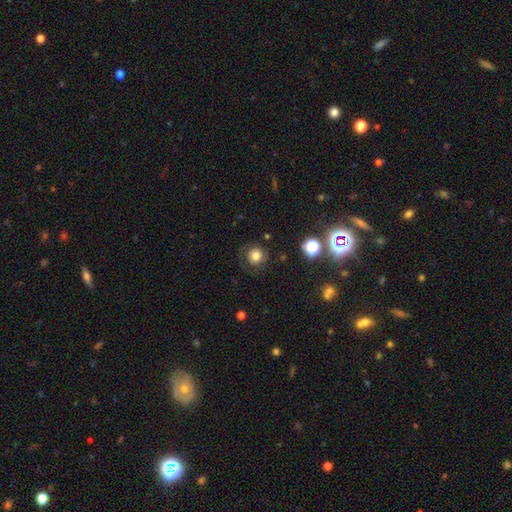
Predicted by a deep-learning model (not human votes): smooth_or_featured: smooth (p=0.72) [alt: featured or disk p=0.15]
how_rounded: round (p=0.91) [alt: in between p=0.08]
merging: none (p=0.75) [alt: minor disturbance p=0.14]